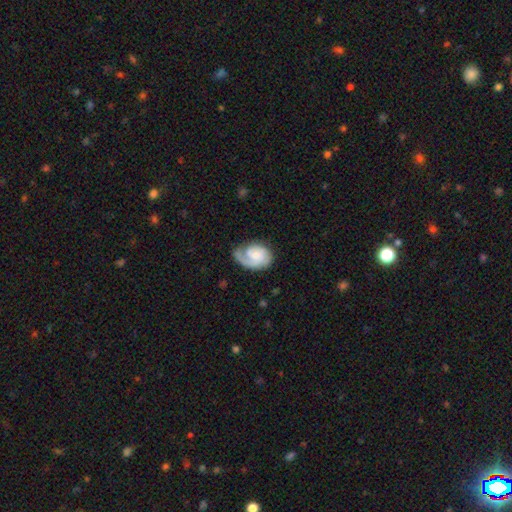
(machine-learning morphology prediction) Overall: featured or disk (68%). Edge-on disk: no (98%). Bar: no (70%). Spiral arms: yes (93%). Spiral arm count: 1 (73%). Spiral winding: tight (46%; medium 35%). Bulge size: small (41%; moderate 28%). Merging: none (55%; minor disturbance 23%).